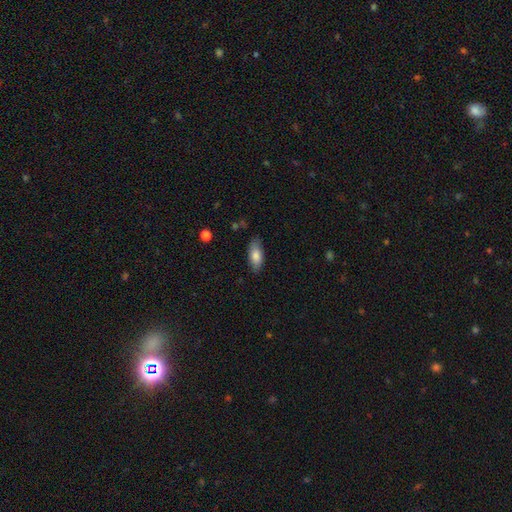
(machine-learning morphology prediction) This appears to be a smooth galaxy with no disk features (79%) that is in between round and cigar-shaped (83%). Merging: none (82%).